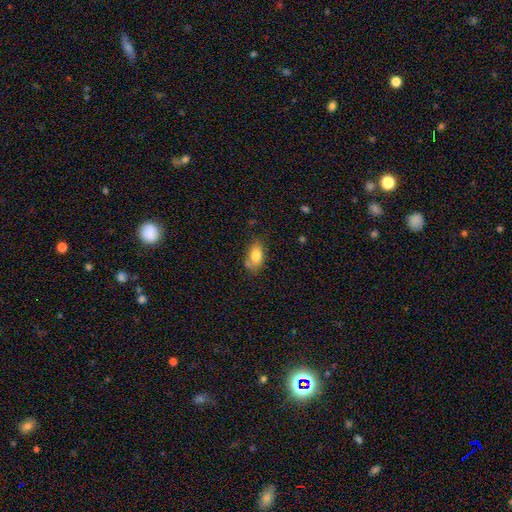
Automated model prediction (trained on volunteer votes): Morphology: type=smooth (79%); roundness=in between (89%); merging=none (59%).